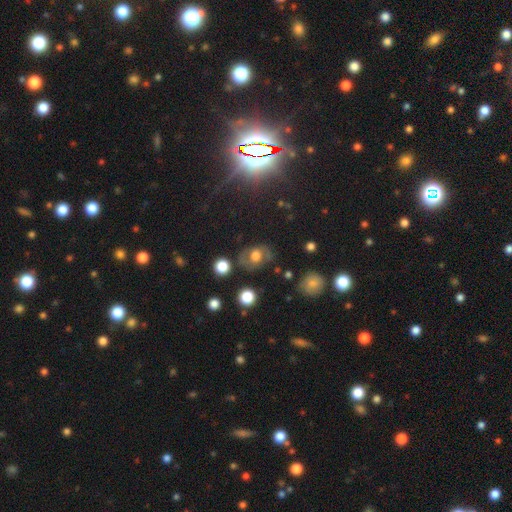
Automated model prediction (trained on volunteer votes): Smooth or featured: smooth — 48% (featured or disk — 40%)
Merging: none — 67% (minor disturbance — 20%)